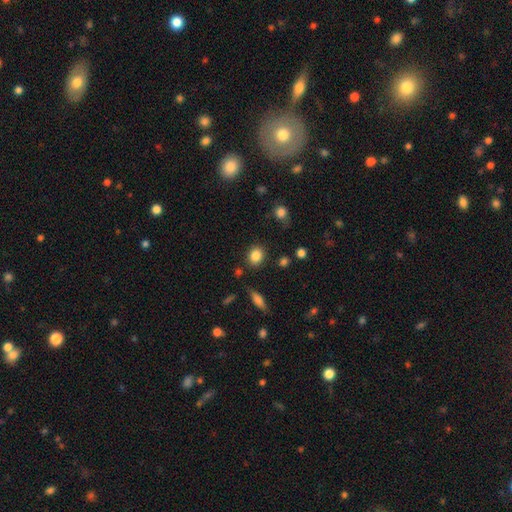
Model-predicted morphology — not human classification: The model was most divided on "how rounded": round: 64%, in between: 35%, cigar-shaped: 1%. More confident: smooth or featured — smooth (85%); merging — none (83%).